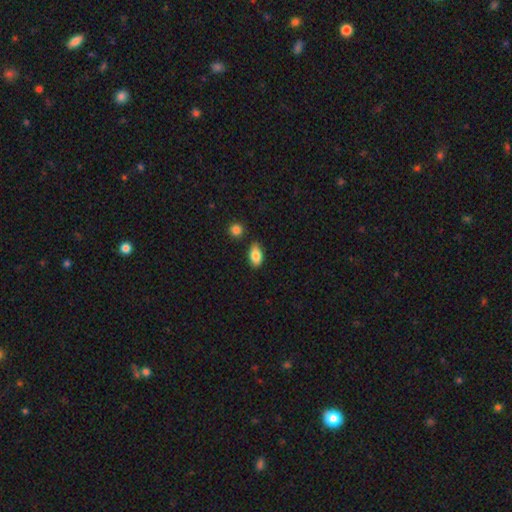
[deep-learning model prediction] smooth-or-featured: smooth: 83% | featured or disk: 10% | star or artifact: 7%
  how-rounded: in between: 91% | round: 5% | cigar-shaped: 4%
  merging: none: 81% | minor disturbance: 12% | merger: 4% | major disturbance: 2%